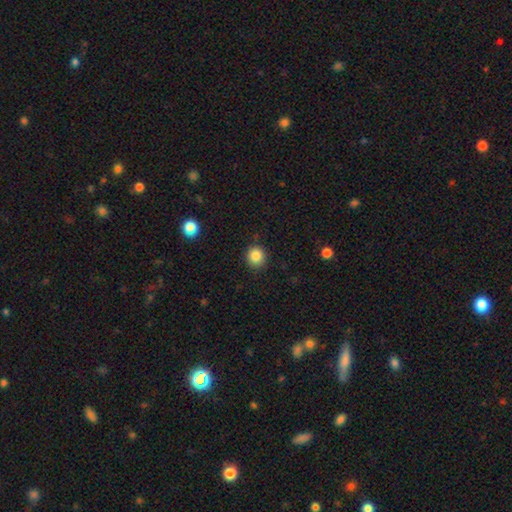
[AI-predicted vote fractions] Smooth or featured?
  - smooth: 86% *
  - star or artifact: 10%
  - featured or disk: 4%
How rounded?
  - round: 89% *
  - in between: 10%
  - cigar-shaped: 1%
Merging?
  - none: 89% *
  - minor disturbance: 7%
  - major disturbance: 2%
  - merger: 1%